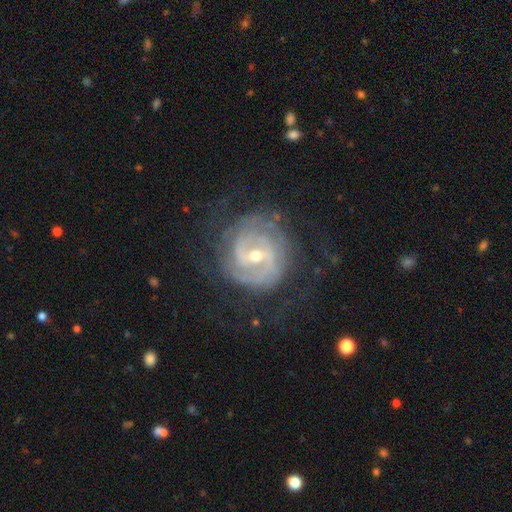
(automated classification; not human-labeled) smooth_or_featured: featured or disk (p=0.88) [alt: smooth p=0.07]
disk_edge_on: no (p=0.98) [alt: yes p=0.02]
bar: weak (p=0.53) [alt: strong p=0.25]
has_spiral_arms: yes (p=0.95) [alt: no p=0.05]
spiral_winding: tight (p=0.55) [alt: medium p=0.34]
spiral_arm_count: 2 (p=0.56) [alt: can't tell p=0.22]
bulge_size: small (p=0.49) [alt: moderate p=0.48]
merging: none (p=0.69) [alt: minor disturbance p=0.17]